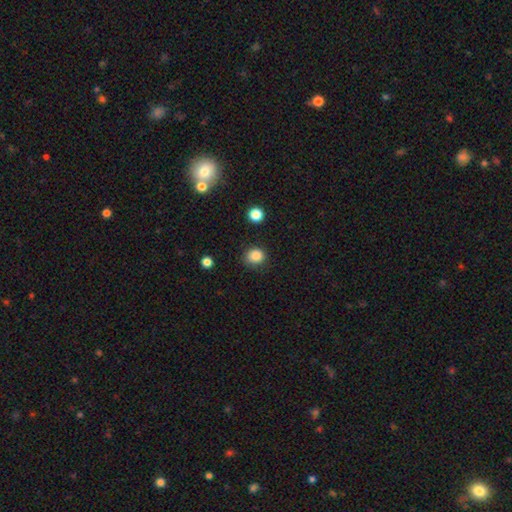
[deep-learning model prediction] Overall: smooth (86%). How rounded: round (78%). Merging: none (82%).